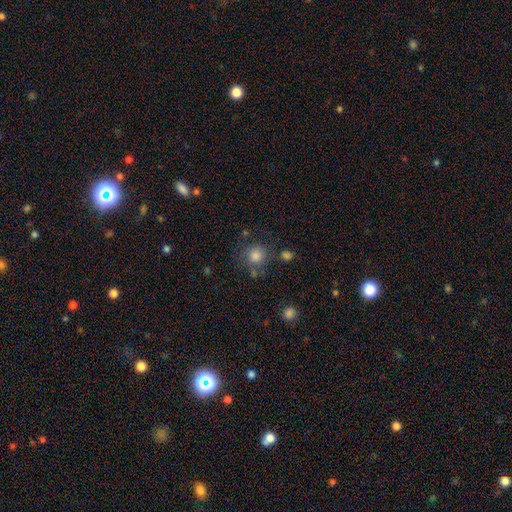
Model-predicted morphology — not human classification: Smooth or featured?
  - smooth: 81% *
  - star or artifact: 12%
  - featured or disk: 7%
How rounded?
  - round: 90% *
  - in between: 9%
  - cigar-shaped: 1%
Merging?
  - none: 73% *
  - minor disturbance: 13%
  - merger: 8%
  - major disturbance: 5%